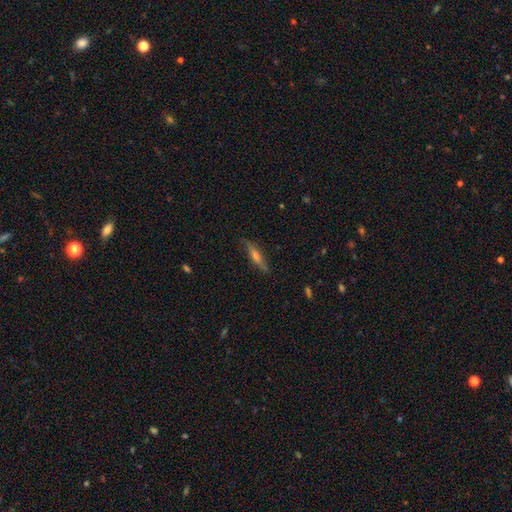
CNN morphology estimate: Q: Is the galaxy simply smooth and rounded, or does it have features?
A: featured or disk — 54%.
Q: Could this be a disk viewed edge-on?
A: yes — 85%.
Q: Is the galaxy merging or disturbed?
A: none — 82%.